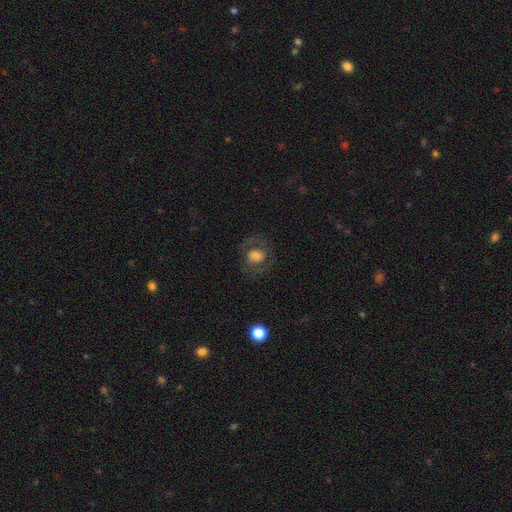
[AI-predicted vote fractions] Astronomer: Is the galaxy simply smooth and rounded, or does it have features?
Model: smooth — 48% (runner-up: featured or disk, 42%).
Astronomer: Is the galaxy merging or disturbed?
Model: none — 71%.